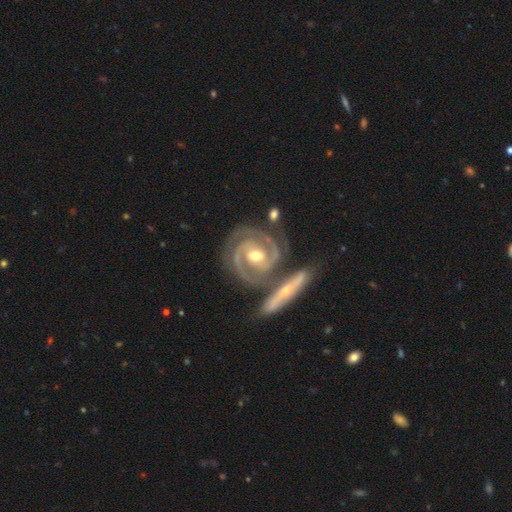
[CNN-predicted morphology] type=featured or disk (92%); edge-on=no (96%); bar=weak (34%, tied with strong); spiral arms=yes (98%); winding=tight (71%); arm count=2 (80%); bulge=moderate (72%); merging=none (61%).